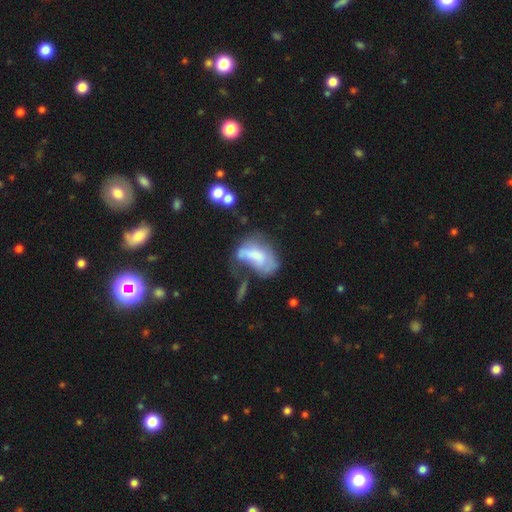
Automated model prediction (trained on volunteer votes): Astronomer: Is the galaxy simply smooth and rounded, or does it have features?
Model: smooth — 49% (runner-up: featured or disk, 41%).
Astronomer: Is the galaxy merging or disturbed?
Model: major disturbance — 39% (runner-up: minor disturbance, 22%).